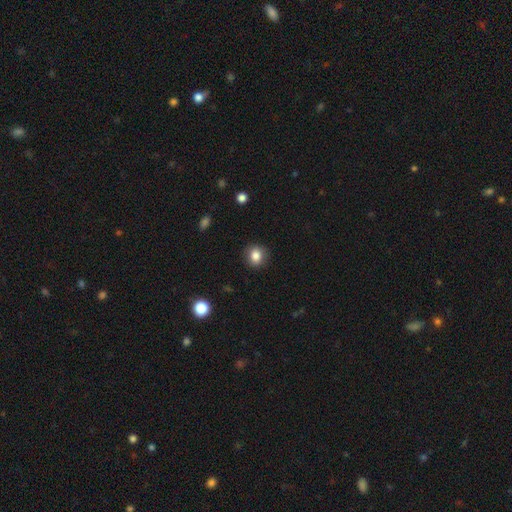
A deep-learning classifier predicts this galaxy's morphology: This appears to be a smooth galaxy with no disk features (84%) that is round (72%). Merging: none (88%).